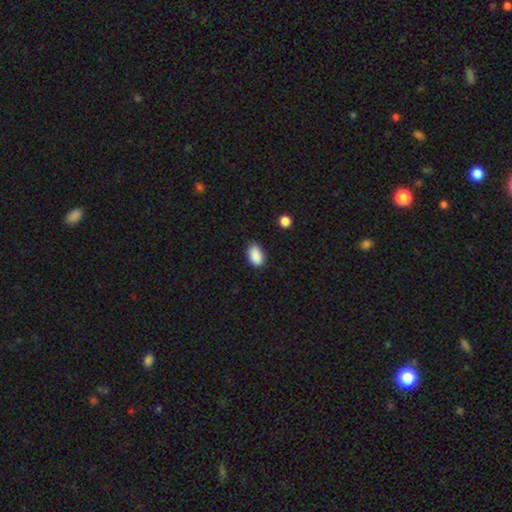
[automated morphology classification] smooth 89%, star or artifact 8%, featured or disk 3%. Down the decision tree: how rounded — in between (91%); merging — none (82%).